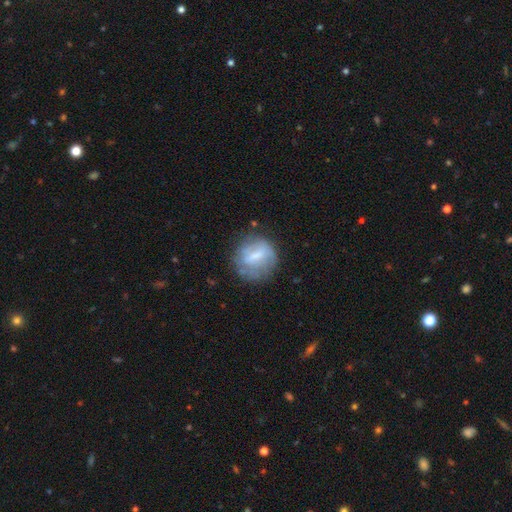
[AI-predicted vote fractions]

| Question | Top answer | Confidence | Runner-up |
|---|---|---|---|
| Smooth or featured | featured or disk | 46% | smooth (45%) |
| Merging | none | 61% | minor disturbance (23%) |